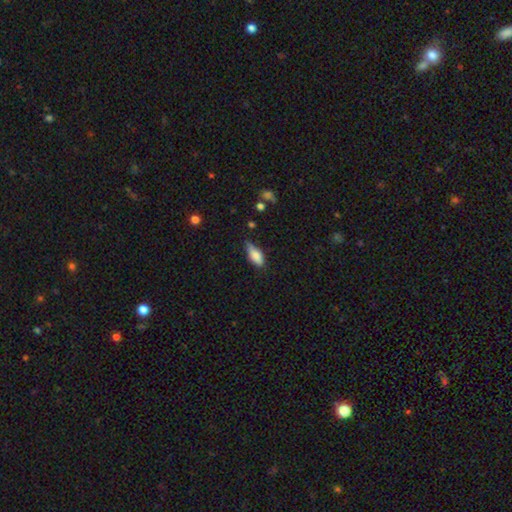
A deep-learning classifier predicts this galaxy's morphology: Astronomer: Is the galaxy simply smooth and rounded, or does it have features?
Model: smooth — 78%.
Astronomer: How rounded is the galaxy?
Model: in between — 79%.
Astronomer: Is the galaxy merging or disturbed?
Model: none — 51% (runner-up: minor disturbance, 38%).